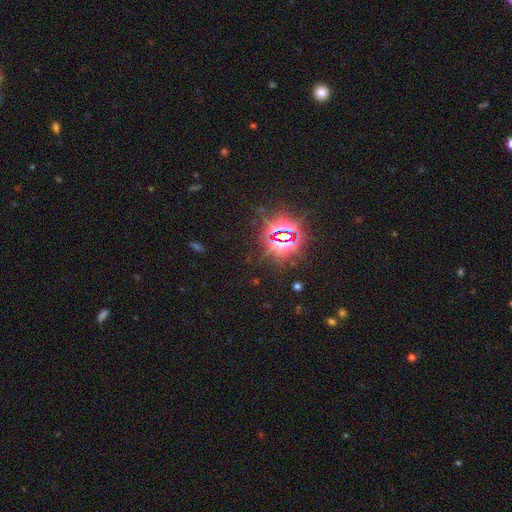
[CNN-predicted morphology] Smooth or featured? Predicted: star or artifact (p=0.84).